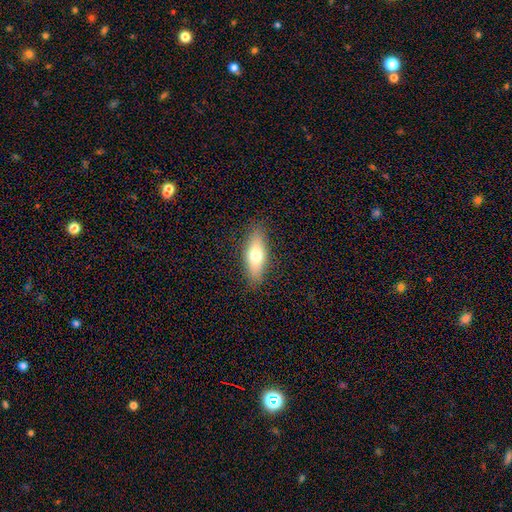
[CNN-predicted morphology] Smooth or featured? Predicted: smooth (p=0.67). How rounded? Predicted: in between (p=0.62). Merging? Predicted: none (p=0.87).